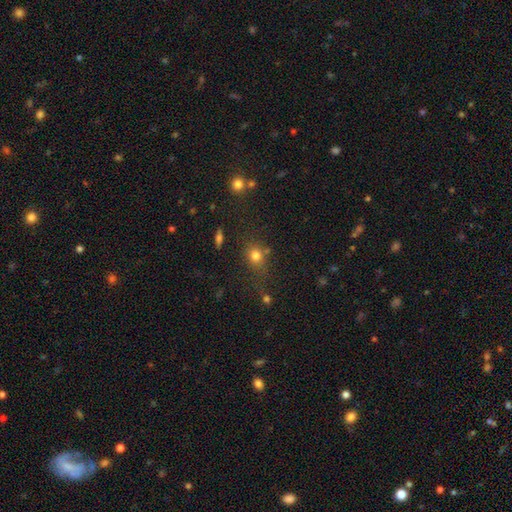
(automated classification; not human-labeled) smooth_or_featured: smooth (p=0.75) [alt: star or artifact p=0.15]
how_rounded: round (p=0.69) [alt: in between p=0.29]
merging: none (p=0.65) [alt: minor disturbance p=0.17]